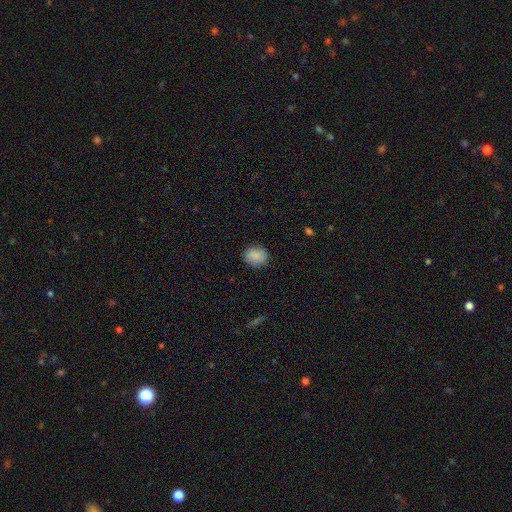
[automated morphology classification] smooth 86%, star or artifact 8%, featured or disk 6%. Down the decision tree: how rounded — round (61%); merging — none (84%).